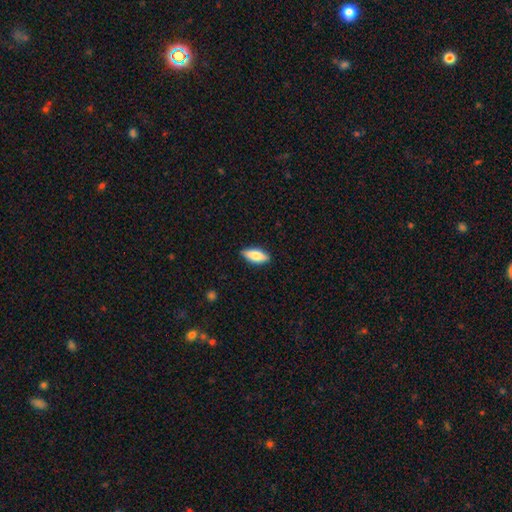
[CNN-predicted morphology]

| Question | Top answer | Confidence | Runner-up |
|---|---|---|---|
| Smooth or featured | smooth | 76% | featured or disk (18%) |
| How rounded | in between | 78% | cigar-shaped (19%) |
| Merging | none | 88% | minor disturbance (10%) |